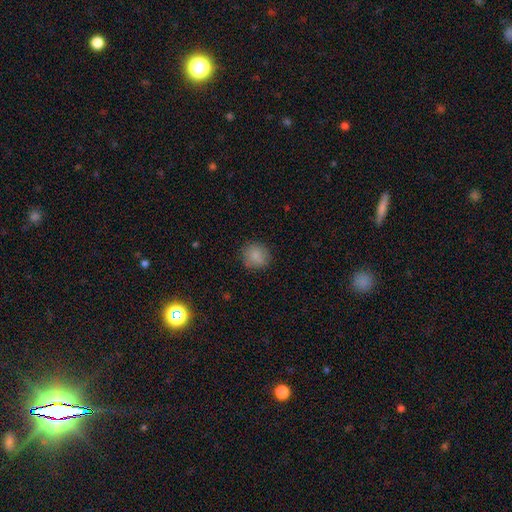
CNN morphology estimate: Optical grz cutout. It shows a smooth galaxy with no disk features (84%) that is round (87%). Merging: none (83%).